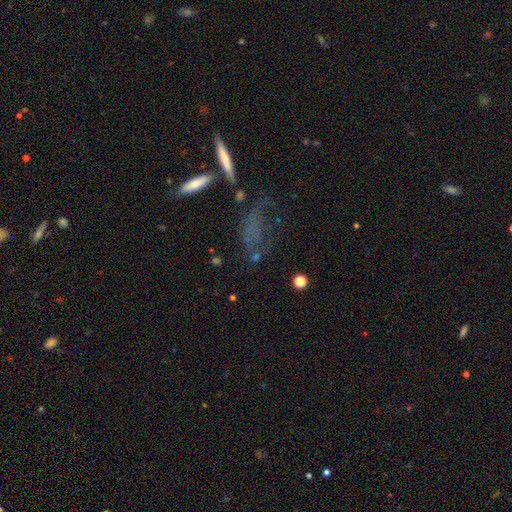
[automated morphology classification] type=smooth (43%); merging=none (38%).